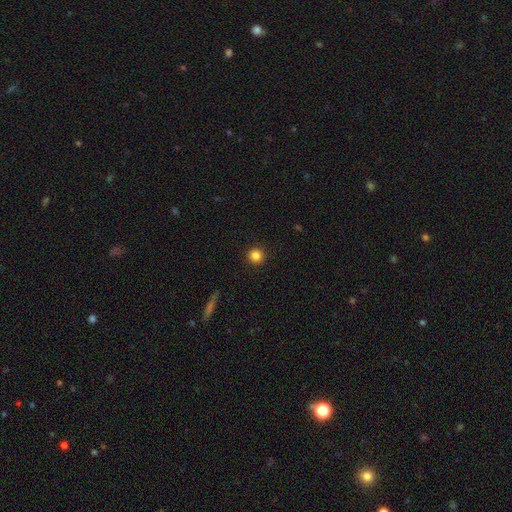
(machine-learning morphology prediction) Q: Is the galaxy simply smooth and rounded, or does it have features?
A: smooth — 84%.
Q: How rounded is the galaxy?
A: round — 96%.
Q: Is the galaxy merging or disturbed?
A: none — 93%.